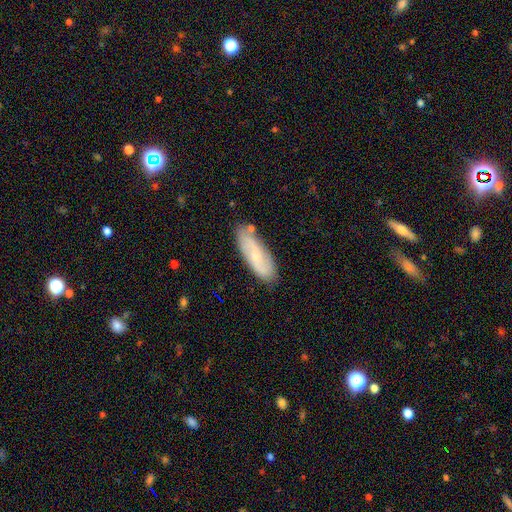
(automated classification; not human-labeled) This is possibly a featured or disk galaxy (51%). It is clearly not viewed edge-on (85%). Merging: likely none (80%).